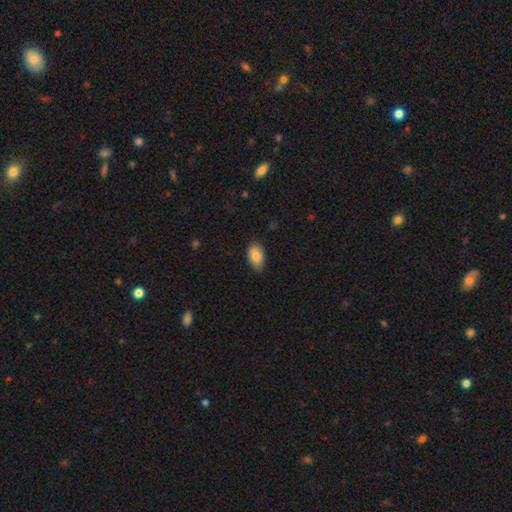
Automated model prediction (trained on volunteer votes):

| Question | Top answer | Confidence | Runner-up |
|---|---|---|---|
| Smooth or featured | smooth | 84% | featured or disk (9%) |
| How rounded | in between | 92% | round (6%) |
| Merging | none | 78% | minor disturbance (18%) |